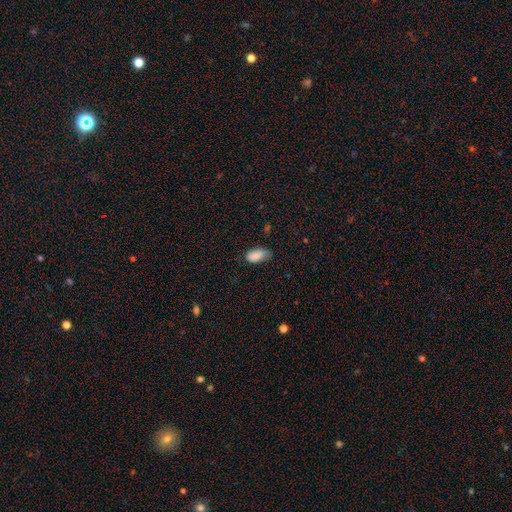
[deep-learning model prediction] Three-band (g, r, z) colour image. It shows a smooth galaxy with no disk features (84%) that is in between round and cigar-shaped (93%). Merging: none (52%).